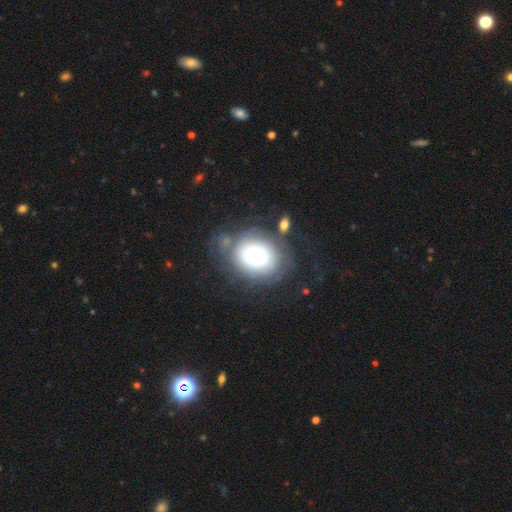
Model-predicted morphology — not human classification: Smooth or featured? smooth (60%)
How rounded? round (55%)
Merging? none (54%)